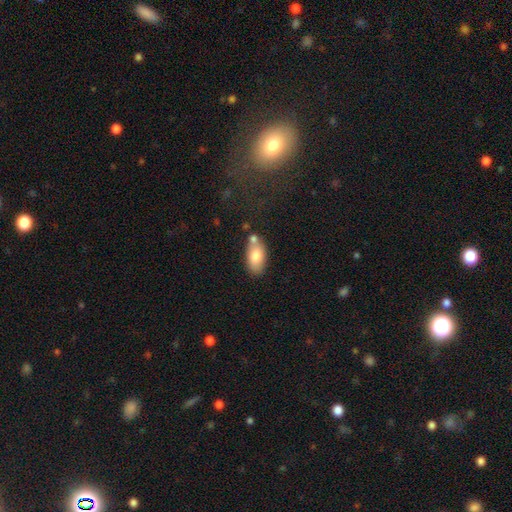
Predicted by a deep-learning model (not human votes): smooth-or-featured: smooth: 78% | featured or disk: 15% | star or artifact: 7%
  how-rounded: in between: 91% | cigar-shaped: 4% | round: 4%
  merging: none: 63% | merger: 17% | minor disturbance: 16% | major disturbance: 4%